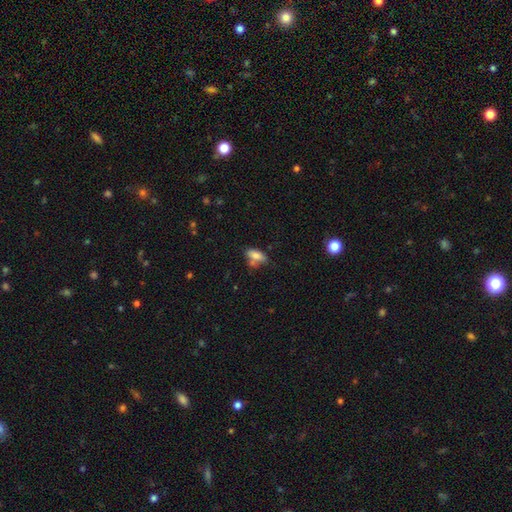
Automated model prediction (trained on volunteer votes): This is likely a smooth galaxy (79%). How rounded: clearly in between (83%). Merging: possibly none (58%).